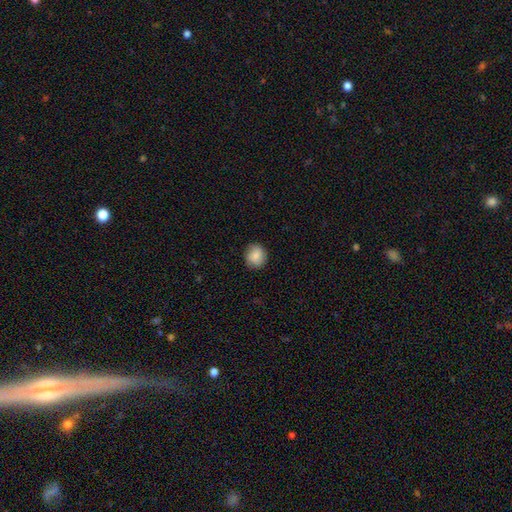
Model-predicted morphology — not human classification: Smooth or featured? smooth (86%)
How rounded? round (84%)
Merging? none (87%)